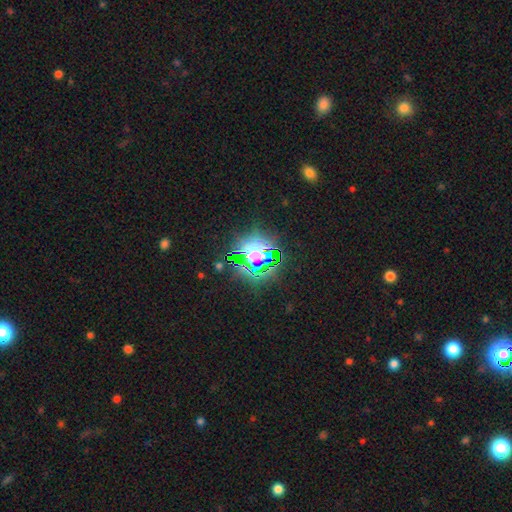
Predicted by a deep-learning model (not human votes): Smooth or featured? Predicted: star or artifact (p=0.75).